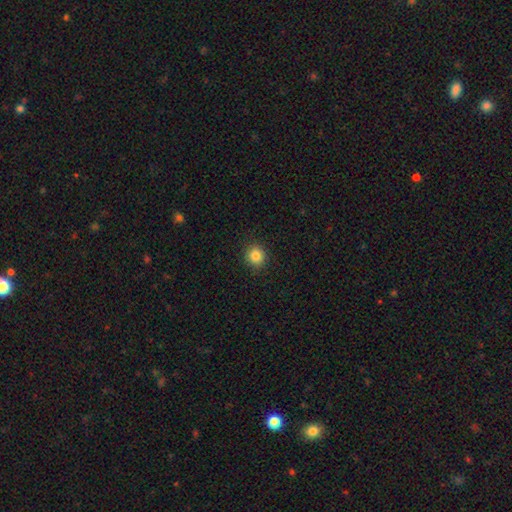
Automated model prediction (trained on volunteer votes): Smooth or featured? smooth (83%)
How rounded? round (88%)
Merging? none (90%)